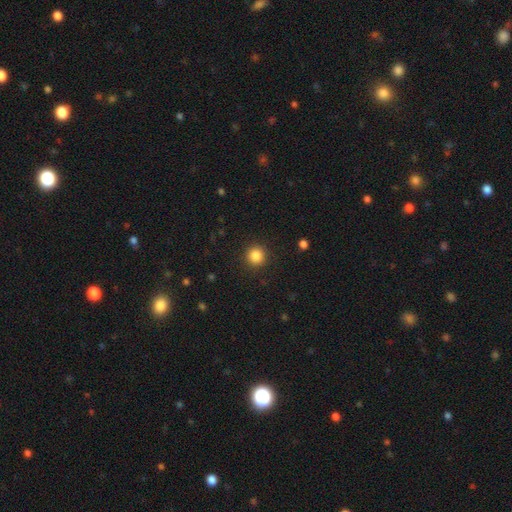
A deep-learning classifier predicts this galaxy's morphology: Smooth or featured? Predicted: smooth (p=0.85). How rounded? Predicted: round (p=0.93). Merging? Predicted: none (p=0.91).